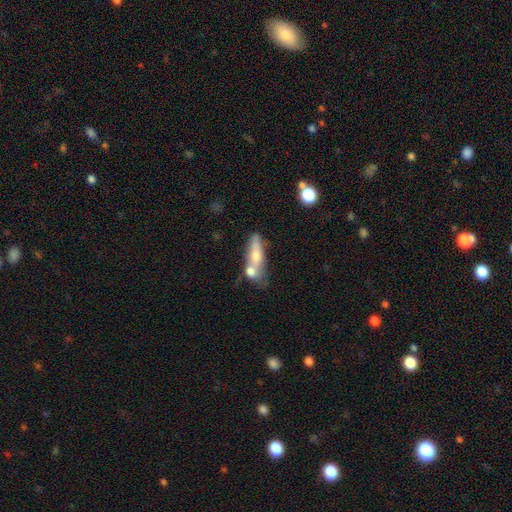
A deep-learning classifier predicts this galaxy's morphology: smooth-or-featured: smooth: 61% | featured or disk: 32% | star or artifact: 8%
  how-rounded: in between: 51% | cigar-shaped: 44% | round: 5%
  merging: merger: 48% | none: 31% | minor disturbance: 14% | major disturbance: 8%